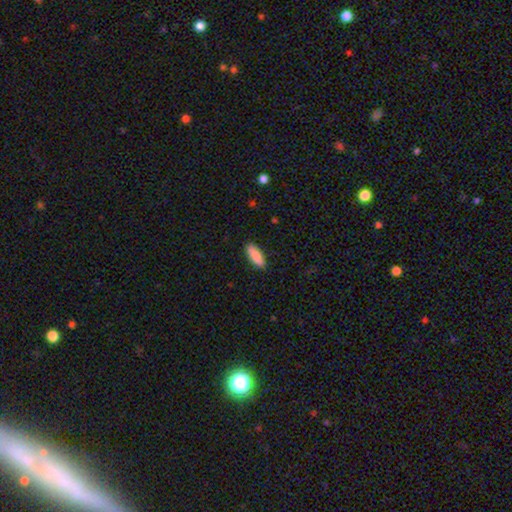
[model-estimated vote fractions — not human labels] Smooth or featured: smooth — 89% (star or artifact — 6%)
How rounded: in between — 66% (cigar-shaped — 32%)
Merging: none — 89% (minor disturbance — 8%)